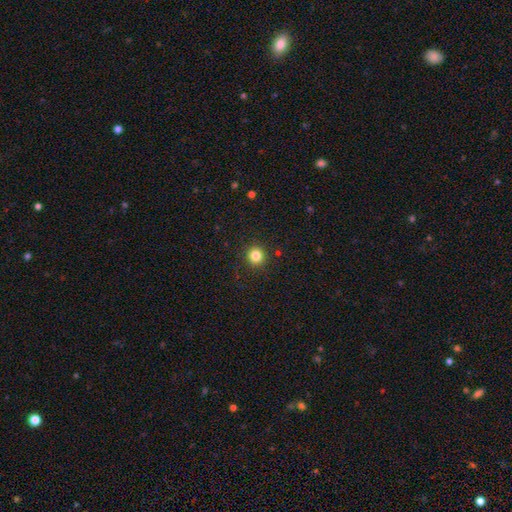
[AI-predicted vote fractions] A smooth galaxy with no disk features (83%) that is round (94%). Merging: none (91%).